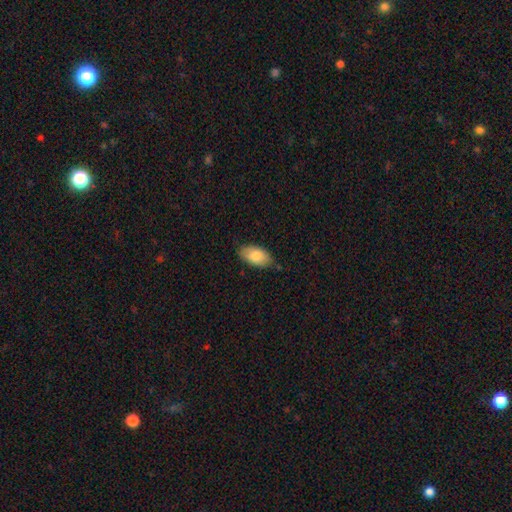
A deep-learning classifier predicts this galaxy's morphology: smooth-or-featured: smooth: 84% | featured or disk: 10% | star or artifact: 6%
  how-rounded: in between: 94% | round: 3% | cigar-shaped: 3%
  merging: none: 78% | minor disturbance: 17% | major disturbance: 3% | merger: 1%